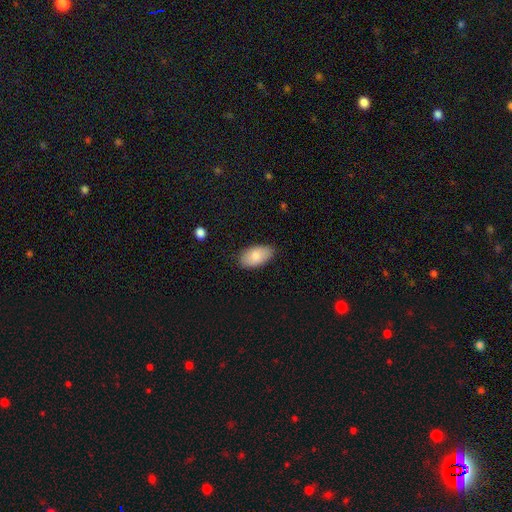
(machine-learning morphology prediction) The model was most divided on "merging": none: 81%, minor disturbance: 15%, major disturbance: 3%, merger: 1%. More confident: how rounded — in between (95%); smooth or featured — smooth (83%).